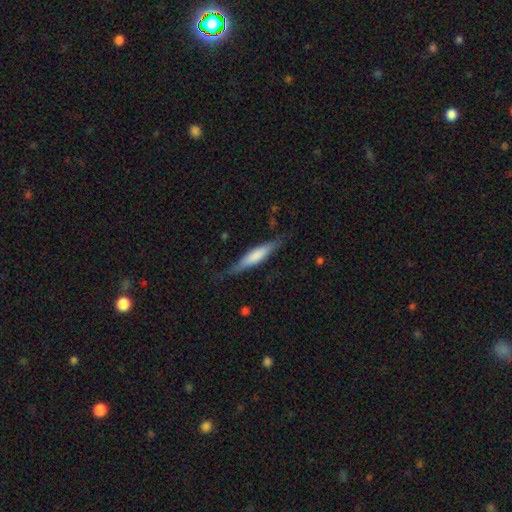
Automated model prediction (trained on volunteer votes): Overall: smooth (59%; featured or disk 36%). How rounded: cigar-shaped (84%). Merging: none (74%).